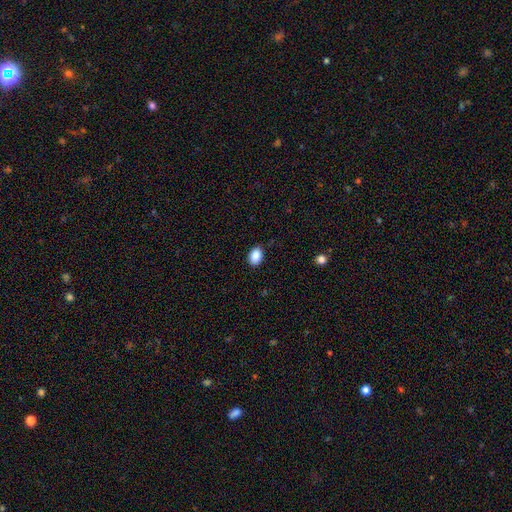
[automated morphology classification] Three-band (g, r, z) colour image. It shows a smooth galaxy with no disk features (89%) that is in between round and cigar-shaped (82%). Merging: none (85%).